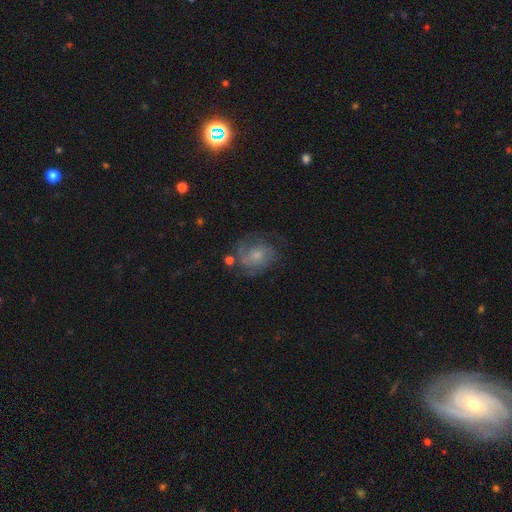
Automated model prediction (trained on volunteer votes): Q: Smooth or featured?
A: featured or disk (67%); runner-up: smooth (24%)
Q: Edge-on disk?
A: no (98%); runner-up: yes (2%)
Q: Bar?
A: no (69%); runner-up: weak (27%)
Q: Spiral arms?
A: yes (88%); runner-up: no (12%)
Q: Spiral winding?
A: medium (42%); runner-up: tight (40%)
Q: Spiral arm count?
A: 2 (42%); runner-up: can't tell (26%)
Q: Bulge size?
A: small (53%); runner-up: moderate (35%)
Q: Merging?
A: none (57%); runner-up: minor disturbance (22%)